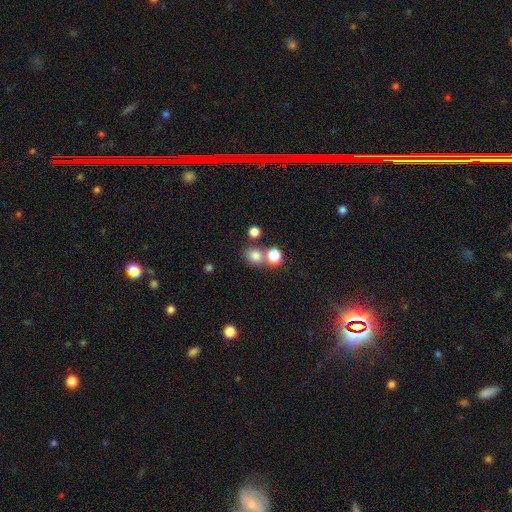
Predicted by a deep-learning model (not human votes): Overall: smooth (77%). How rounded: round (71%). Merging: none (58%; merger 28%).